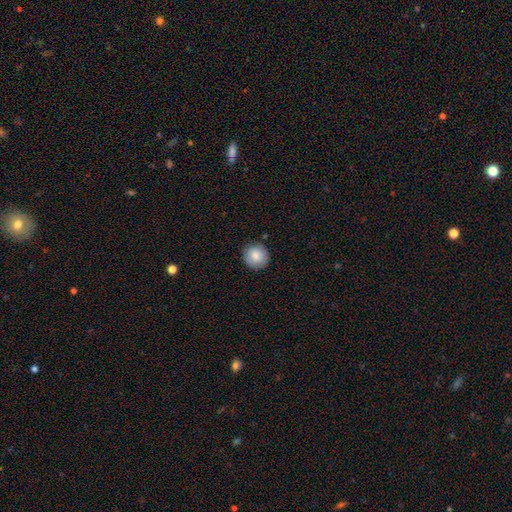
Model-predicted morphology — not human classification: smooth_or_featured: smooth (p=0.86) [alt: star or artifact p=0.08]
how_rounded: round (p=0.94) [alt: in between p=0.05]
merging: none (p=0.89) [alt: minor disturbance p=0.08]